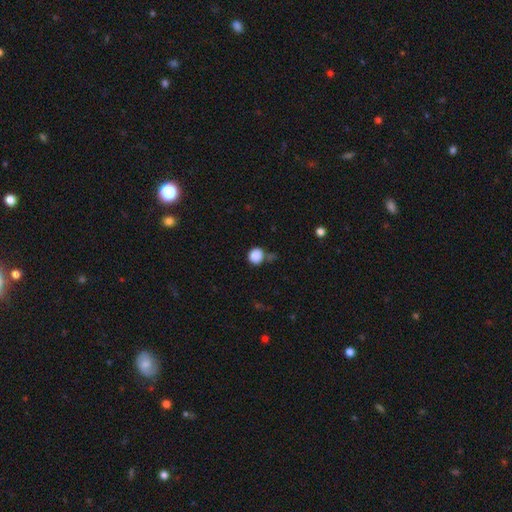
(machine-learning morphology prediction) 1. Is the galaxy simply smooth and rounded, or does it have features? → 87% smooth, 10% star or artifact, 3% featured or disk.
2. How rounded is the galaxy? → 91% round, 8% in between, 1% cigar-shaped.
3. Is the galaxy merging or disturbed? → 72% none, 13% minor disturbance, 10% merger, 5% major disturbance.